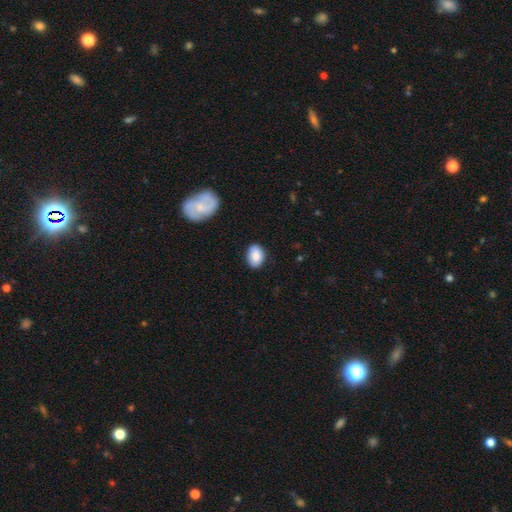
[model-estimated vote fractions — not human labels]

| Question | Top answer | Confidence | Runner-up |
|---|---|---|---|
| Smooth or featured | smooth | 86% | featured or disk (8%) |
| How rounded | in between | 77% | round (22%) |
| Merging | none | 84% | minor disturbance (12%) |